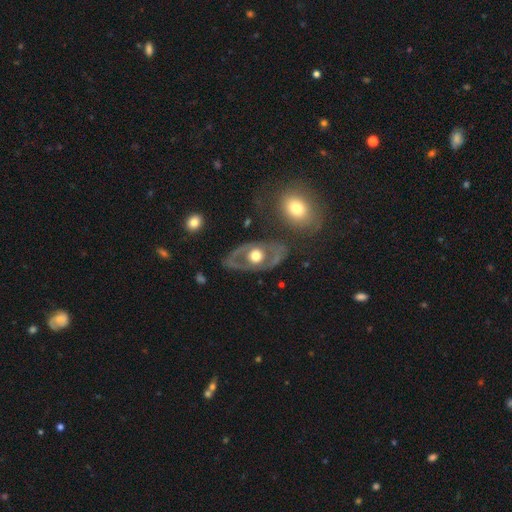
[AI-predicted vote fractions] featured or disk 67%, smooth 28%, star or artifact 5%. Down the decision tree: edge-on disk — no (88%); bar — no (89%); spiral arms — no (77%); bulge size — moderate (55%); merging — none (73%).